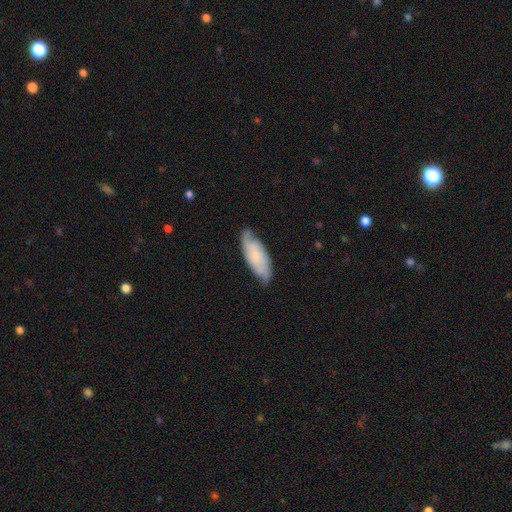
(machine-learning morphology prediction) Smooth or featured?
  - smooth: 53% *
  - featured or disk: 40%
  - star or artifact: 7%
How rounded?
  - in between: 69% *
  - cigar-shaped: 29%
  - round: 2%
Merging?
  - none: 70% *
  - minor disturbance: 24%
  - major disturbance: 5%
  - merger: 1%